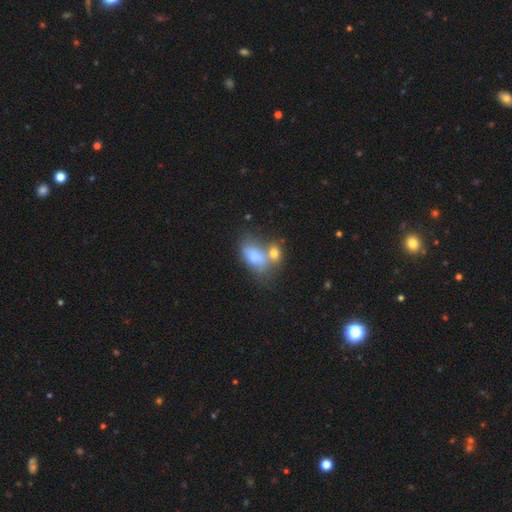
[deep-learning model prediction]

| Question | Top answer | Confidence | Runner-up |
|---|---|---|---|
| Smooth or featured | smooth | 71% | featured or disk (20%) |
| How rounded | in between | 87% | round (10%) |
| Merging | merger | 52% | none (21%) |